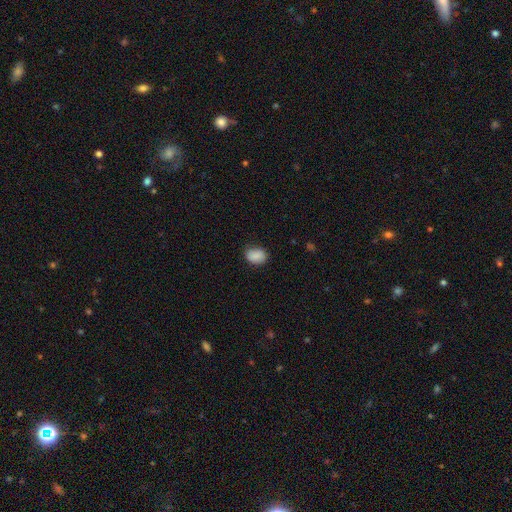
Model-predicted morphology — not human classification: A smooth galaxy with no disk features (88%) that is in between round and cigar-shaped (66%).

Vote fractions:
- Smooth or featured? smooth: 88% / star or artifact: 8% / featured or disk: 5%
- How rounded? in between: 66% / round: 33% / cigar-shaped: 1%
- Merging? none: 81% / minor disturbance: 15% / major disturbance: 3% / merger: 1%